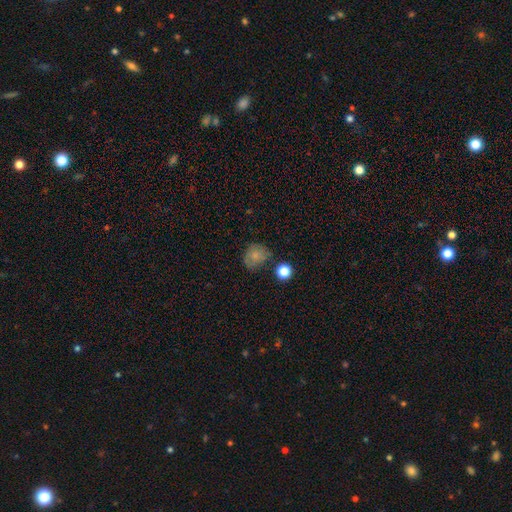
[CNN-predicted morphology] Smooth or featured: smooth — 74% (featured or disk — 14%)
How rounded: round — 64% (in between — 35%)
Merging: none — 56% (minor disturbance — 28%)